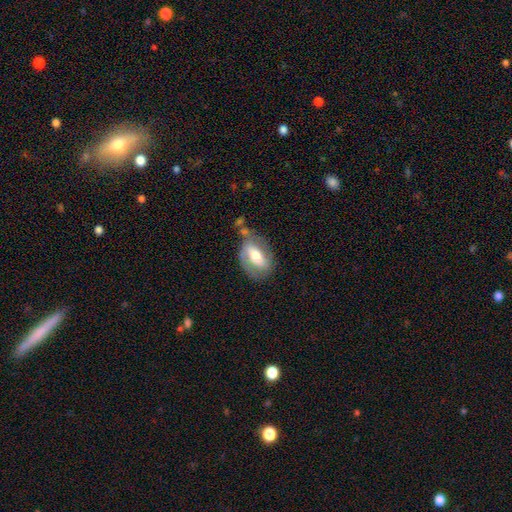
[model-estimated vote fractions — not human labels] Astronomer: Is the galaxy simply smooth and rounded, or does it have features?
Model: featured or disk — 56% (runner-up: smooth, 37%).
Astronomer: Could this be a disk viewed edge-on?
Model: no — 89%.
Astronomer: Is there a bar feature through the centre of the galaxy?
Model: strong — 45% (runner-up: weak, 32%).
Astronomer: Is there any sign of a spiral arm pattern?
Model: yes — 60% (runner-up: no, 40%).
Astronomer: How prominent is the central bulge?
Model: moderate — 66%.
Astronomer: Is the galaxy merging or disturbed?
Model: none — 55%.